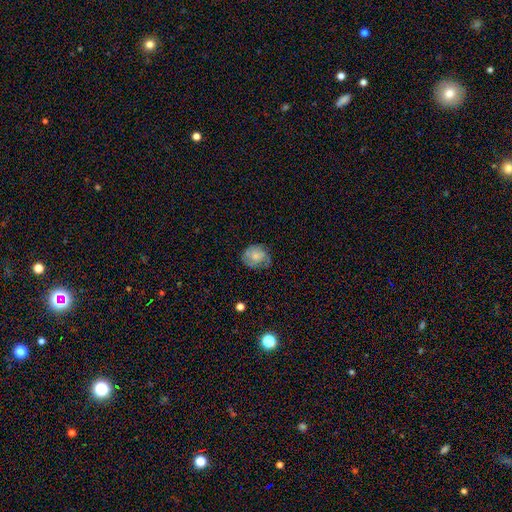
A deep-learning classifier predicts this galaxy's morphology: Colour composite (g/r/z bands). It shows a smooth galaxy with no disk features (59%) that is round (65%). Merging: none (57%).